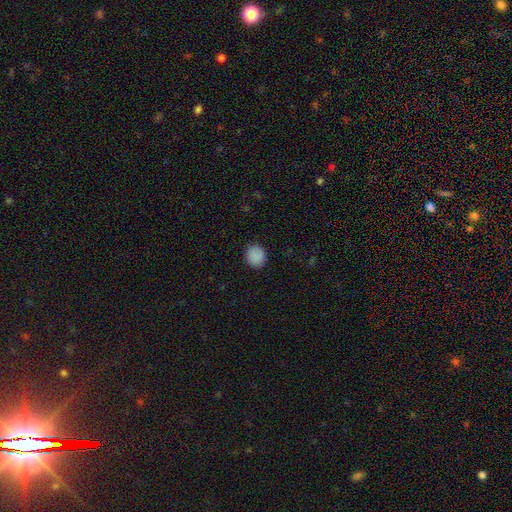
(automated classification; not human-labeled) Smooth or featured?
  - smooth: 88% *
  - star or artifact: 8%
  - featured or disk: 3%
How rounded?
  - round: 80% *
  - in between: 19%
  - cigar-shaped: 1%
Merging?
  - none: 89% *
  - minor disturbance: 8%
  - major disturbance: 2%
  - merger: 1%